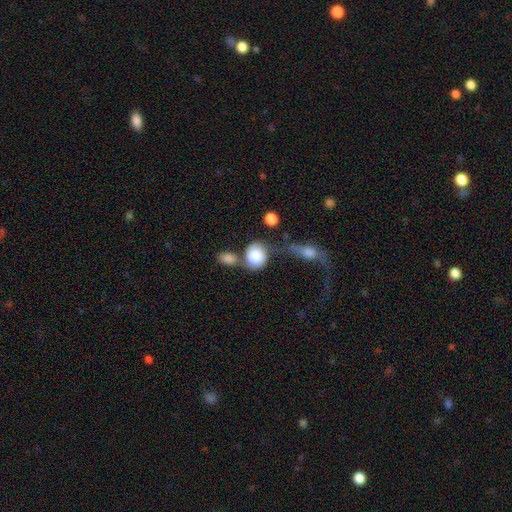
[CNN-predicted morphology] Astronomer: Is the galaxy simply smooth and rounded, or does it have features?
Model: smooth — 75%.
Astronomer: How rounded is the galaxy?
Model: round — 68%.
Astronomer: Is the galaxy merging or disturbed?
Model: merger — 41% (runner-up: none, 33%).